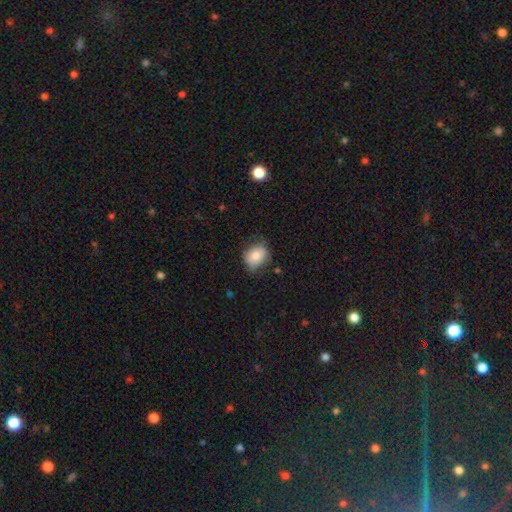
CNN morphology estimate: Smooth or featured: smooth — 79% (featured or disk — 13%)
How rounded: in between — 55% (round — 44%)
Merging: none — 67% (minor disturbance — 25%)